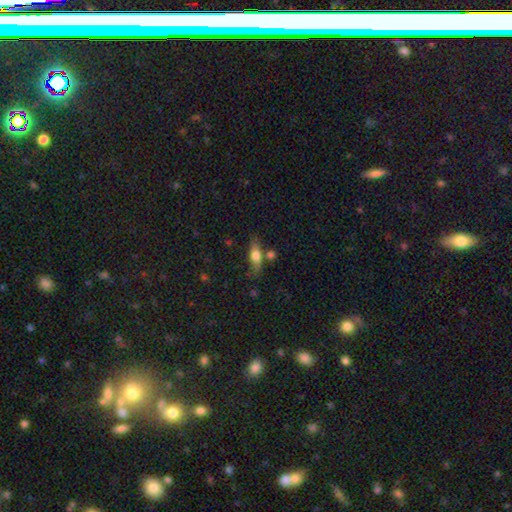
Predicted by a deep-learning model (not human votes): Morphology: type=smooth (64%); roundness=in between (61%); merging=none (65%).